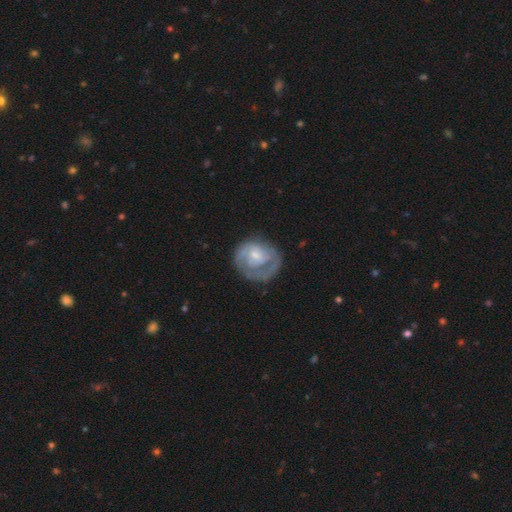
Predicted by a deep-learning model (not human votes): Q: Smooth or featured?
A: featured or disk (64%); runner-up: smooth (30%)
Q: Edge-on disk?
A: no (98%); runner-up: yes (2%)
Q: Bar?
A: no (64%); runner-up: weak (31%)
Q: Spiral arms?
A: yes (69%); runner-up: no (31%)
Q: Bulge size?
A: small (52%); runner-up: moderate (34%)
Q: Merging?
A: none (52%); runner-up: minor disturbance (23%)